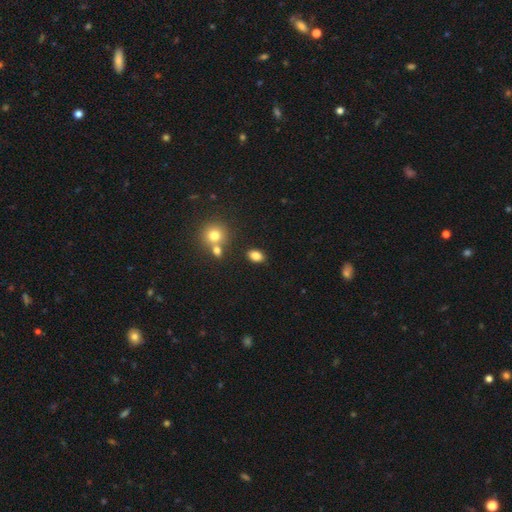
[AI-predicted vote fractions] Overall: smooth (83%). How rounded: in between (77%). Merging: none (82%).